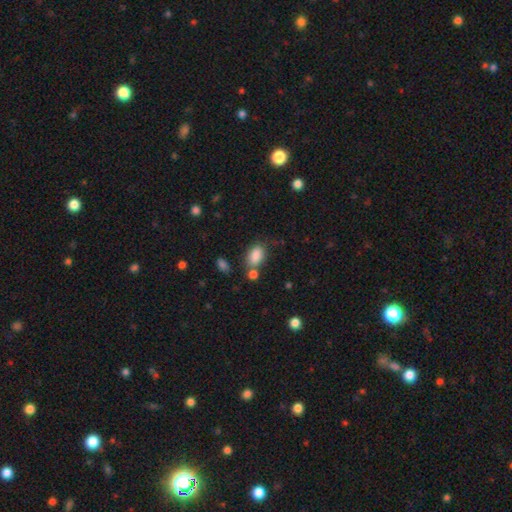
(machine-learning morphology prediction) Smooth or featured? Predicted: smooth (p=0.86). How rounded? Predicted: in between (p=0.88). Merging? Predicted: none (p=0.60).